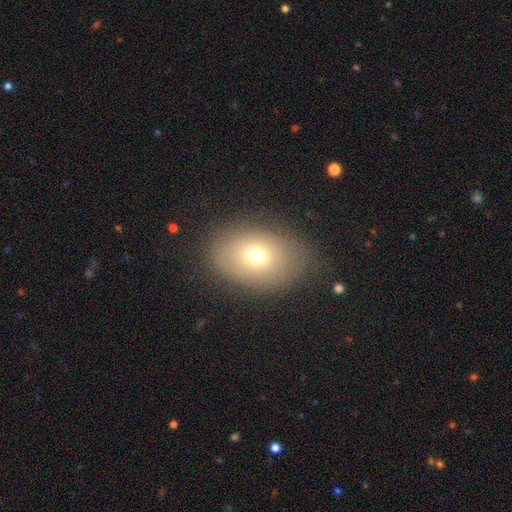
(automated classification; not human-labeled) smooth-or-featured: smooth: 69% | featured or disk: 19% | star or artifact: 13%
  how-rounded: in between: 76% | round: 23% | cigar-shaped: 1%
  merging: none: 78% | minor disturbance: 15% | major disturbance: 6% | merger: 1%